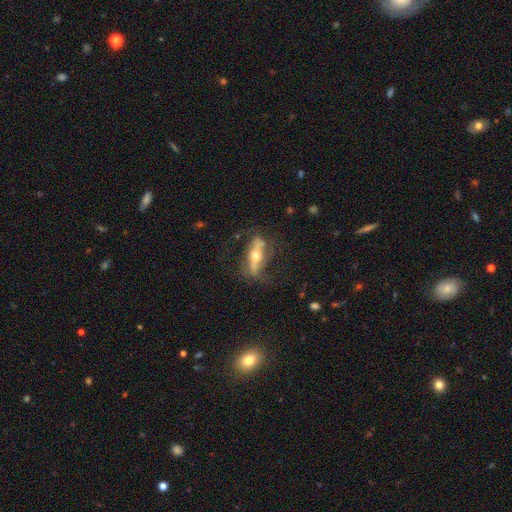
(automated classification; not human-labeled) smooth-or-featured: featured or disk: 71% | smooth: 22% | star or artifact: 7%
  disk-edge-on: yes: 58% | no: 42%
  merging: none: 63% | minor disturbance: 20% | major disturbance: 15% | merger: 2%